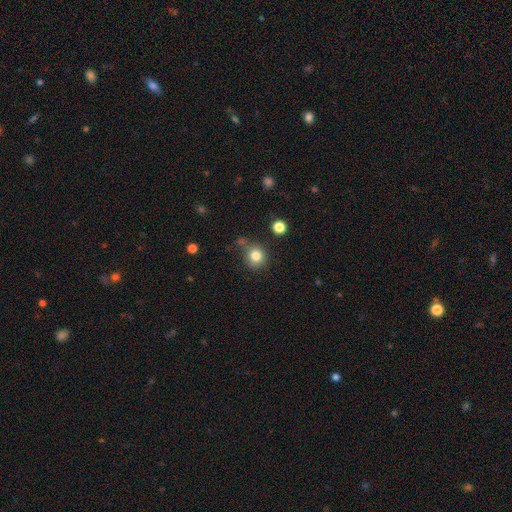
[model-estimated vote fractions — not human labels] A smooth galaxy with no disk features (81%) that is round (85%). Merging: none (70%).